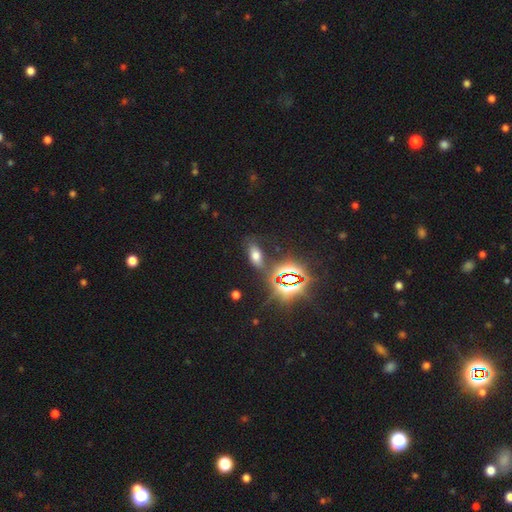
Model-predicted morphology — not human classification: This appears to be a smooth galaxy with no disk features (52%) that is in between round and cigar-shaped (83%). Merging: none (75%).